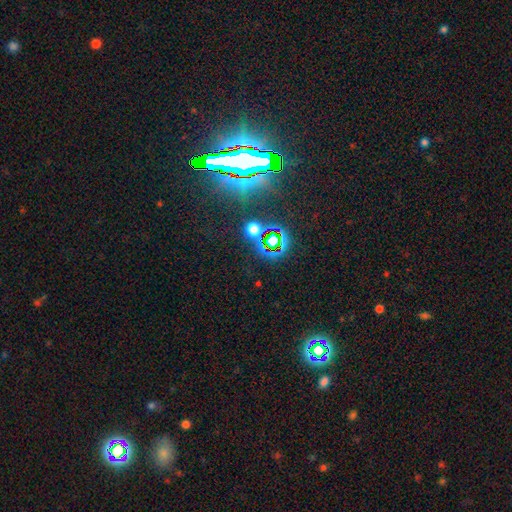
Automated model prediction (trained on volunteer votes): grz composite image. It shows a star or artifact, not a galaxy (81%).